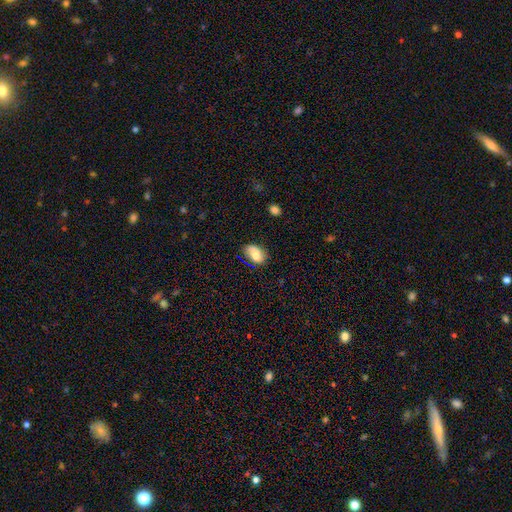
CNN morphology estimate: Overall: smooth (69%). How rounded: in between (85%). Merging: none (66%).